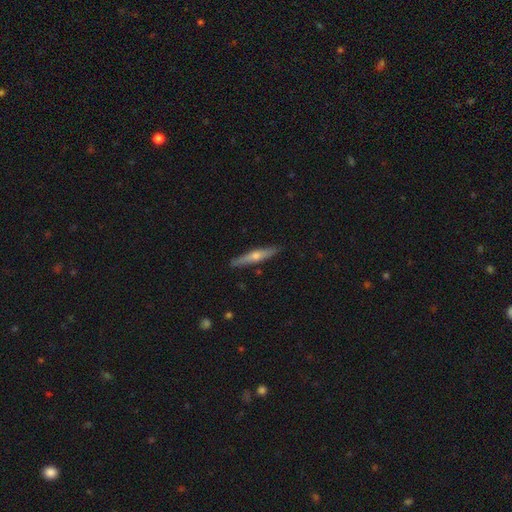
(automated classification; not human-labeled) Smooth or featured: featured or disk — 57% (smooth — 38%)
Edge-on disk: yes — 96% (no — 4%)
Edge-on bulge: rounded — 86% (none — 10%)
Merging: none — 90% (minor disturbance — 8%)